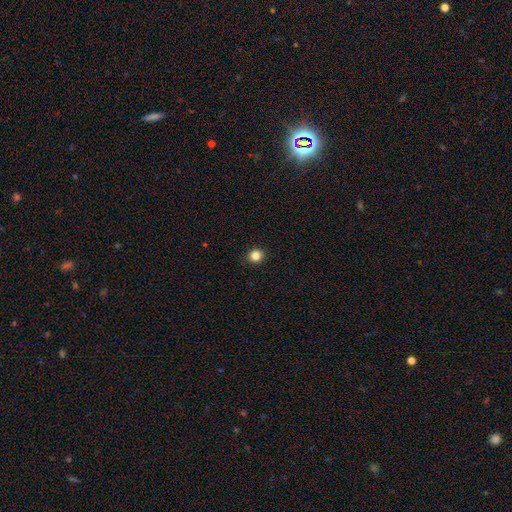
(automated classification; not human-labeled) Q: Smooth or featured?
A: smooth (84%); runner-up: star or artifact (12%)
Q: How rounded?
A: round (88%); runner-up: in between (11%)
Q: Merging?
A: none (93%); runner-up: minor disturbance (5%)